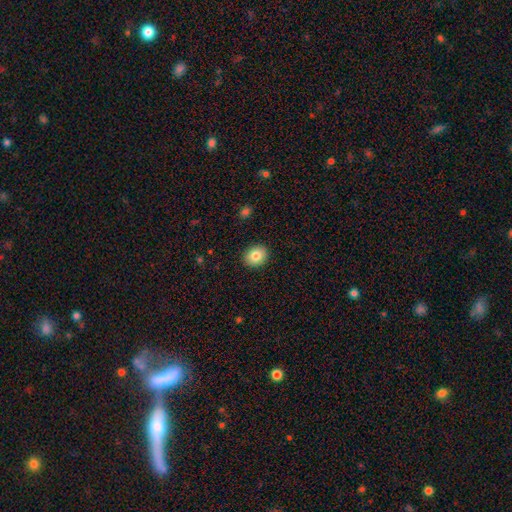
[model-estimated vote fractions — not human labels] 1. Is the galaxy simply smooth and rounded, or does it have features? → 82% smooth, 9% featured or disk, 9% star or artifact.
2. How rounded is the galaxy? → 58% round, 41% in between, 1% cigar-shaped.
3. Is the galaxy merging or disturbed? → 90% none, 7% minor disturbance, 2% major disturbance, 1% merger.